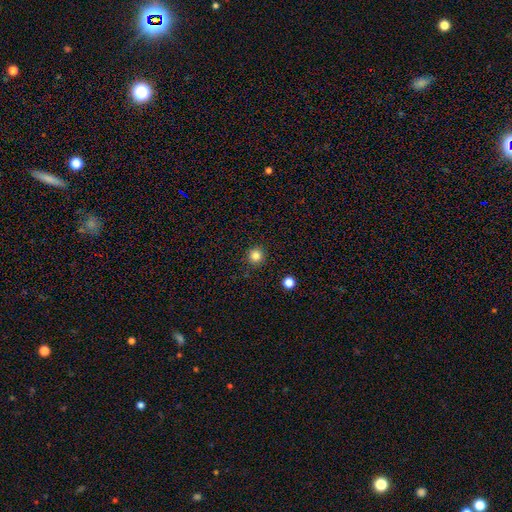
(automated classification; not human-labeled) This appears to be a smooth galaxy with no disk features (83%) that is round (96%). Merging: none (92%).